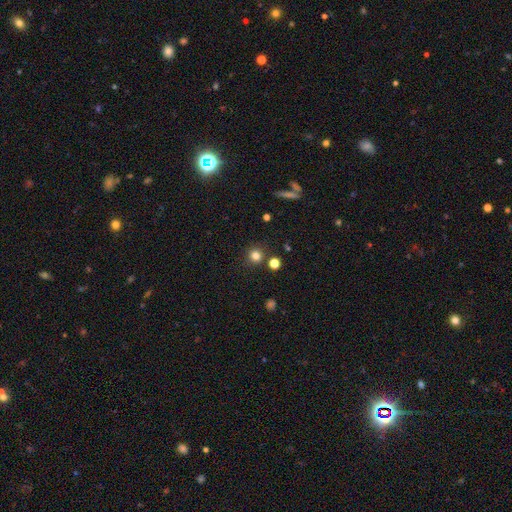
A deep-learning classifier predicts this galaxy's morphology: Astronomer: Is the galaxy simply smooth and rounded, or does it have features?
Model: smooth — 79%.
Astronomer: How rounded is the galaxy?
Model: round — 93%.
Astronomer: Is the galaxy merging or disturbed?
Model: none — 85%.